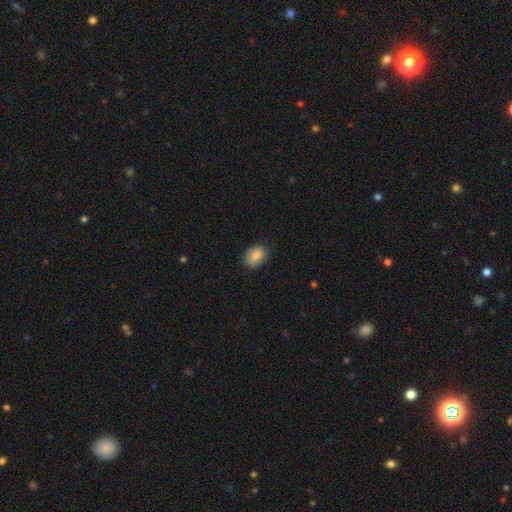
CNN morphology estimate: Smooth or featured?
  - smooth: 87% *
  - star or artifact: 7%
  - featured or disk: 6%
How rounded?
  - in between: 78% *
  - round: 21%
  - cigar-shaped: 1%
Merging?
  - none: 80% *
  - minor disturbance: 16%
  - major disturbance: 3%
  - merger: 1%